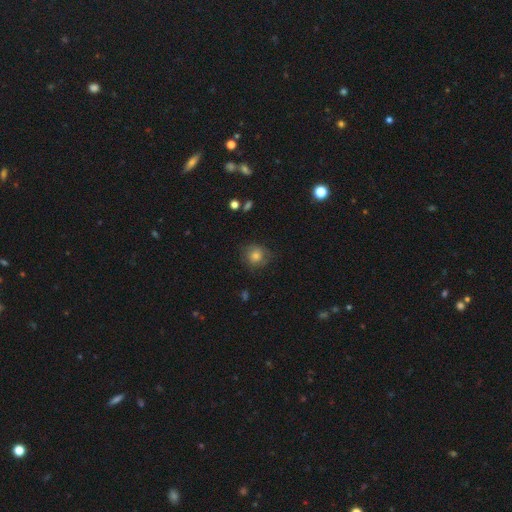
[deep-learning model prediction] Smooth or featured? smooth (66%)
How rounded? round (83%)
Merging? none (69%)